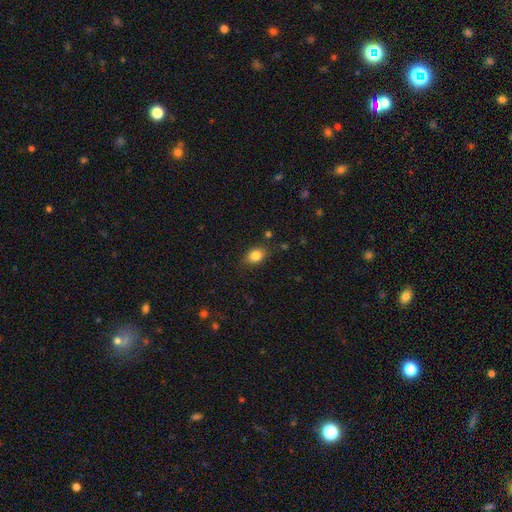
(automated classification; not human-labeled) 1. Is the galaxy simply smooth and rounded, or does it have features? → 83% smooth, 9% star or artifact, 7% featured or disk.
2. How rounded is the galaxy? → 68% in between, 31% round, 1% cigar-shaped.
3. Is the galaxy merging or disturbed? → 80% none, 15% minor disturbance, 4% major disturbance, 2% merger.